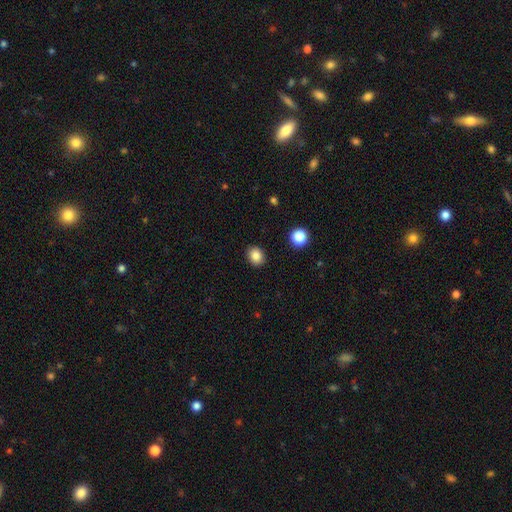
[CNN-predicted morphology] Q: Smooth or featured?
A: smooth (84%); runner-up: star or artifact (10%)
Q: How rounded?
A: round (58%); runner-up: in between (42%)
Q: Merging?
A: none (89%); runner-up: minor disturbance (7%)